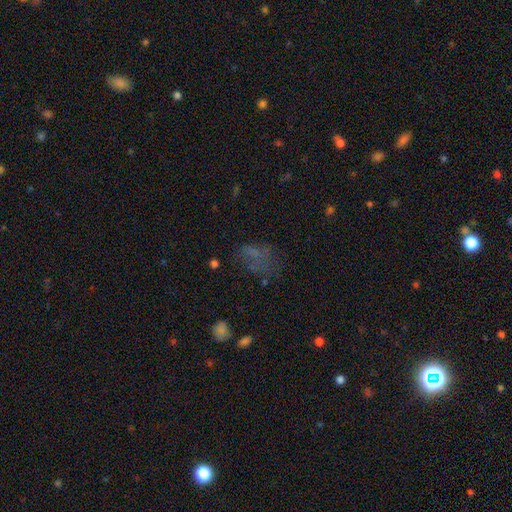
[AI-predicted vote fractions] Smooth or featured?
  - smooth: 47% *
  - star or artifact: 28%
  - featured or disk: 25%
Merging?
  - none: 44% *
  - major disturbance: 31%
  - minor disturbance: 20%
  - merger: 5%